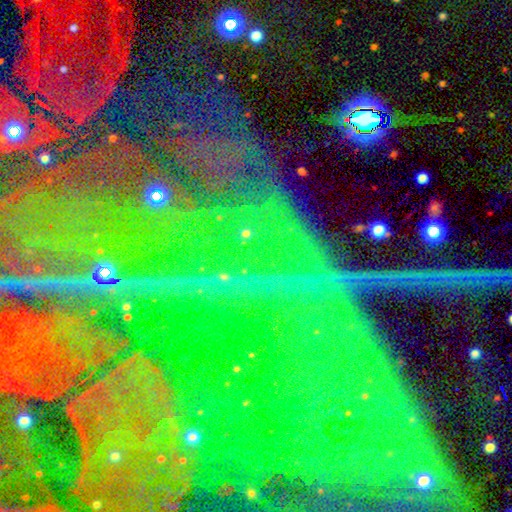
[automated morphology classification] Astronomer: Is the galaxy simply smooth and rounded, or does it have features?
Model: star or artifact — 85%.